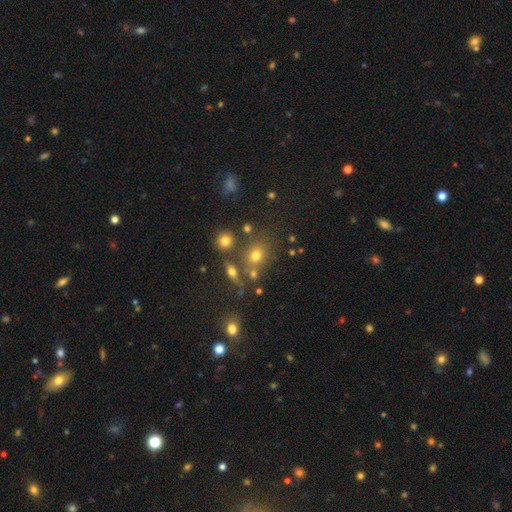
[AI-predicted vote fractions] A smooth galaxy with no disk features (65%) that is round (59%).

Vote fractions:
- Smooth or featured? smooth: 65% / star or artifact: 20% / featured or disk: 15%
- How rounded? round: 59% / in between: 39% / cigar-shaped: 2%
- Merging? none: 66% / merger: 16% / minor disturbance: 12% / major disturbance: 6%